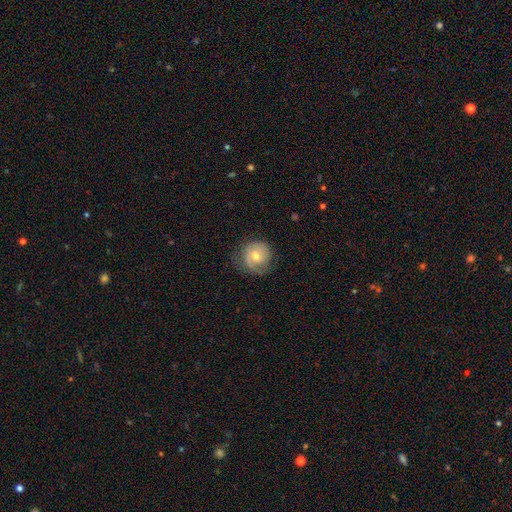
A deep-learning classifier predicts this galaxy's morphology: The model was most divided on "bulge size": moderate: 56%, small: 39%, large: 2%, none: 1%, dominant: 1%. More confident: edge-on disk — no (97%); spiral arms — yes (84%); bar — no (70%); merging — none (66%); smooth or featured — featured or disk (57%).